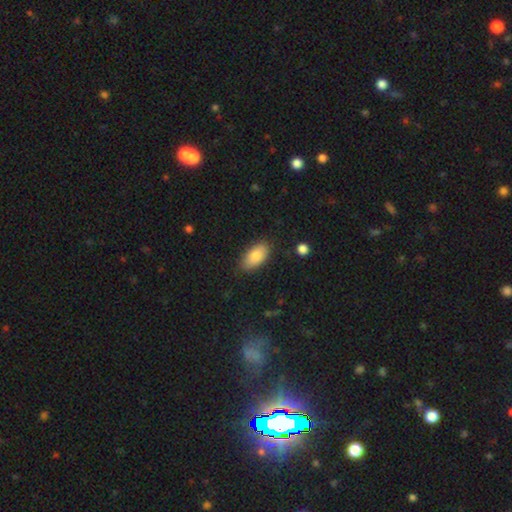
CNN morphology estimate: Smooth or featured: smooth — 83% (featured or disk — 10%)
How rounded: in between — 93% (cigar-shaped — 4%)
Merging: none — 83% (minor disturbance — 13%)